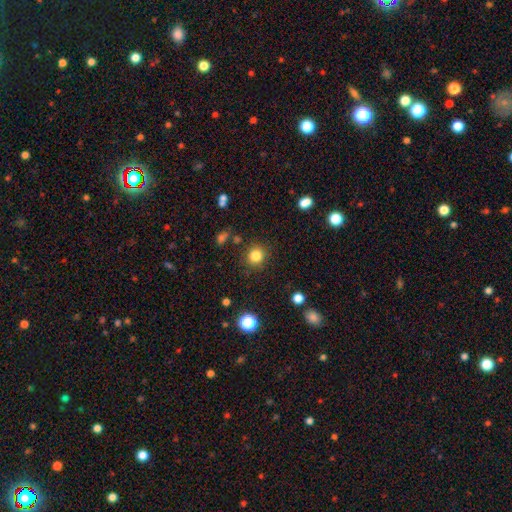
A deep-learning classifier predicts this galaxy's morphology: Q: Smooth or featured?
A: smooth (82%); runner-up: star or artifact (12%)
Q: How rounded?
A: round (88%); runner-up: in between (11%)
Q: Merging?
A: none (87%); runner-up: minor disturbance (8%)